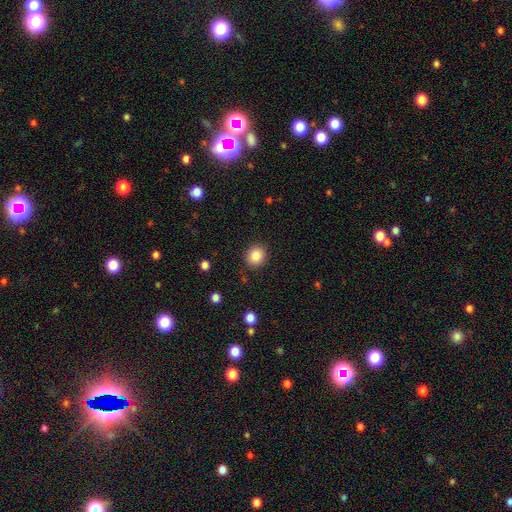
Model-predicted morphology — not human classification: smooth_or_featured: smooth (p=0.85) [alt: star or artifact p=0.10]
how_rounded: round (p=0.83) [alt: in between p=0.16]
merging: none (p=0.89) [alt: minor disturbance p=0.07]